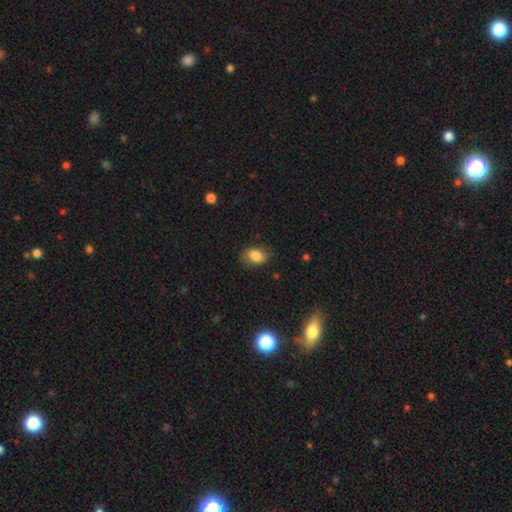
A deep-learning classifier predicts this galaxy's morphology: A smooth galaxy with no disk features (81%) that is in between round and cigar-shaped (80%).

Vote fractions:
- Smooth or featured? smooth: 81% / featured or disk: 11% / star or artifact: 8%
- How rounded? in between: 80% / round: 18% / cigar-shaped: 1%
- Merging? none: 76% / minor disturbance: 18% / major disturbance: 5% / merger: 1%